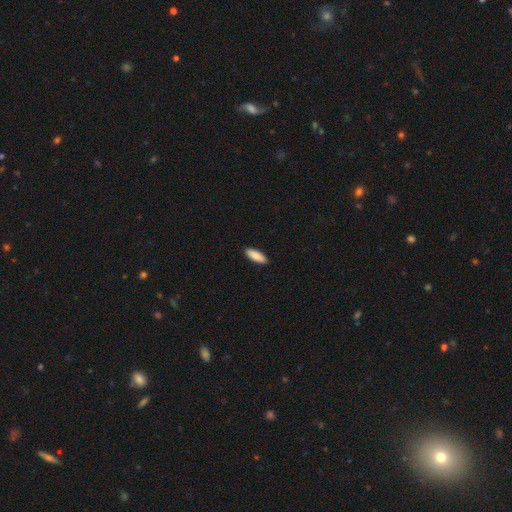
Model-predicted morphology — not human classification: type=smooth (90%); roundness=in between (66%); merging=none (91%).